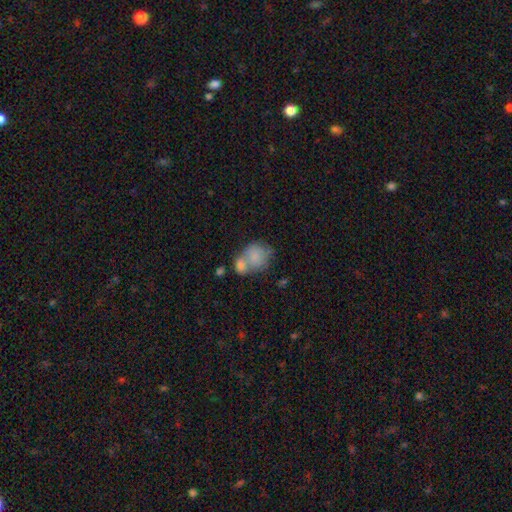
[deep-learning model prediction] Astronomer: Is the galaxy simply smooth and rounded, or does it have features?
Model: smooth — 77%.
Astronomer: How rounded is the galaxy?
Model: round — 62%.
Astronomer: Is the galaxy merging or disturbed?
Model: merger — 57%.